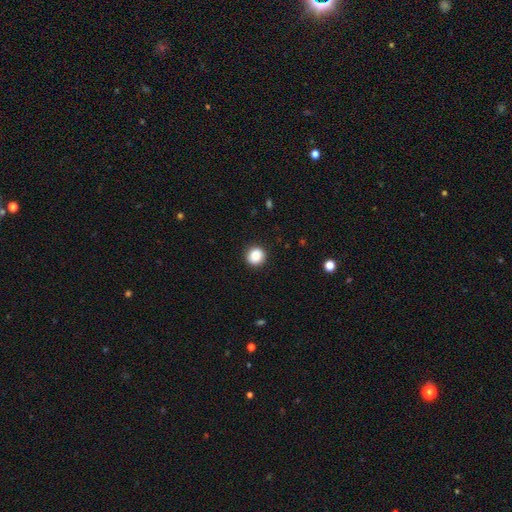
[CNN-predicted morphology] smooth_or_featured: smooth (p=0.86) [alt: star or artifact p=0.09]
how_rounded: round (p=0.93) [alt: in between p=0.06]
merging: none (p=0.91) [alt: minor disturbance p=0.06]